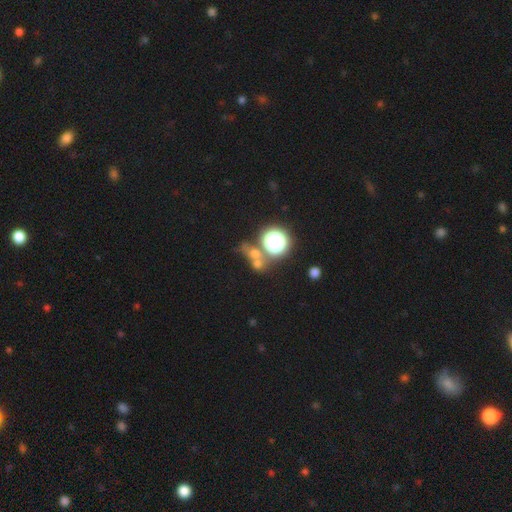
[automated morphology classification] Smooth or featured?
  - smooth: 50% *
  - star or artifact: 35%
  - featured or disk: 15%
Merging?
  - none: 46% *
  - merger: 35%
  - minor disturbance: 11%
  - major disturbance: 8%